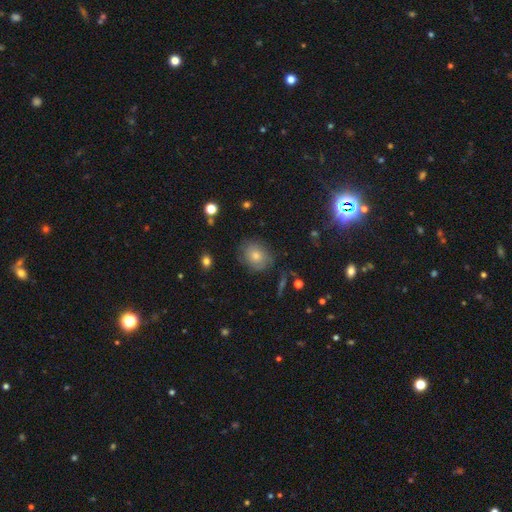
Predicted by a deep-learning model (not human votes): Smooth or featured? smooth (48%)
Merging? none (79%)